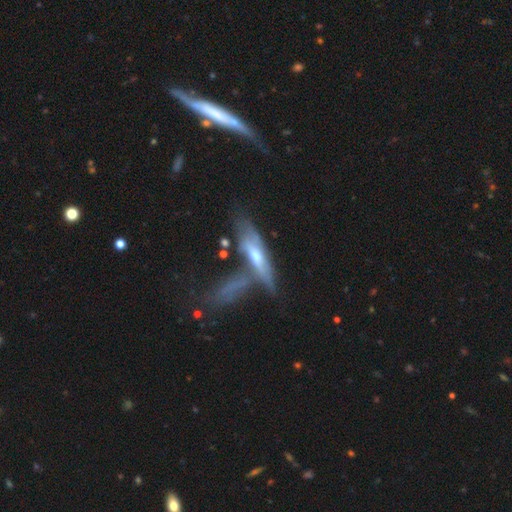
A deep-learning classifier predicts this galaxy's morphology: smooth-or-featured: featured or disk: 59% | smooth: 33% | star or artifact: 8%
  disk-edge-on: yes: 64% | no: 36%
  merging: none: 35% | merger: 32% | minor disturbance: 18% | major disturbance: 15%